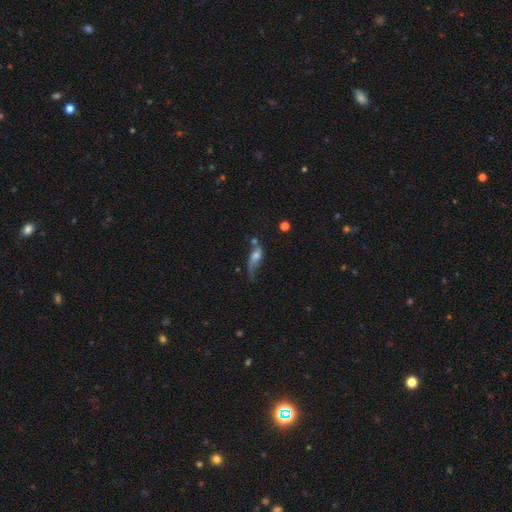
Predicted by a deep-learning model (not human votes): Smooth or featured?
  - featured or disk: 51% *
  - smooth: 38%
  - star or artifact: 11%
Edge-on disk?
  - no: 83% *
  - yes: 17%
Merging?
  - major disturbance: 36% *
  - none: 25%
  - minor disturbance: 21%
  - merger: 17%